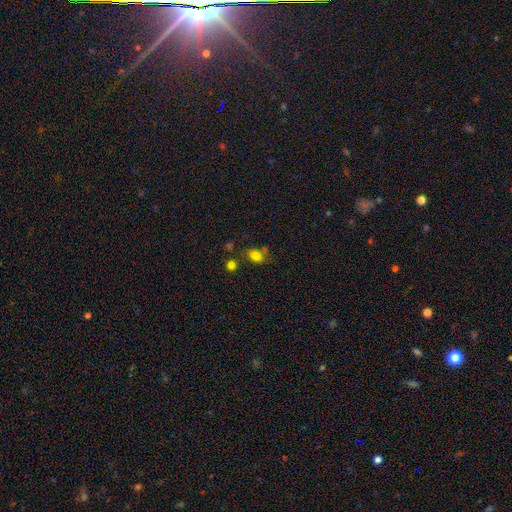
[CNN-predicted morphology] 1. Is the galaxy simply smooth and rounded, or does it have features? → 78% smooth, 13% star or artifact, 8% featured or disk.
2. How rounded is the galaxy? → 71% in between, 28% round, 2% cigar-shaped.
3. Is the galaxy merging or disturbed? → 63% none, 18% minor disturbance, 11% merger, 7% major disturbance.